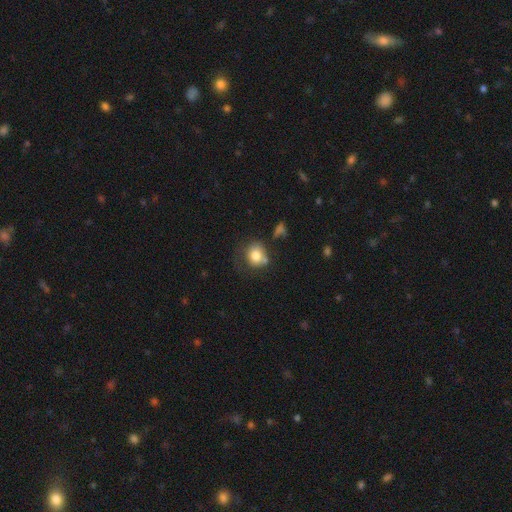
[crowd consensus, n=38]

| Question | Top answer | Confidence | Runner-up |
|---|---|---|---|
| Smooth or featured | smooth | 82% | featured or disk (13%) |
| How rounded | round | 87% | in between (13%) |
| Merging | none | 67% | minor disturbance (17%) |